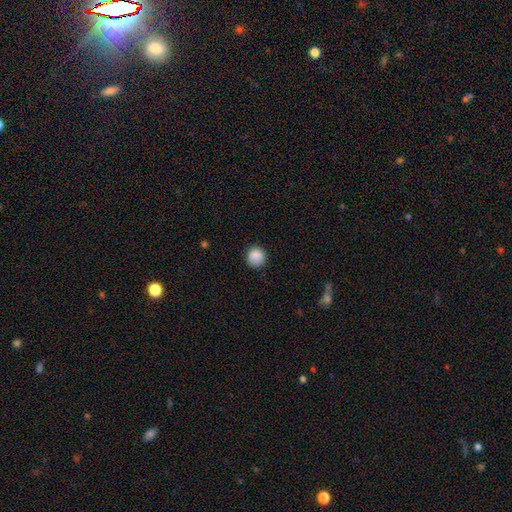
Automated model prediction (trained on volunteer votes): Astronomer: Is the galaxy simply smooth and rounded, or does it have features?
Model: smooth — 87%.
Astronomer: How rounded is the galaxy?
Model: round — 90%.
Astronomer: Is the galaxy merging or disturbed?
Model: none — 83%.